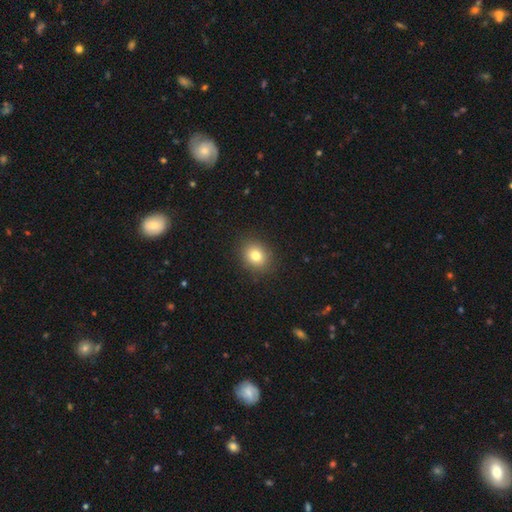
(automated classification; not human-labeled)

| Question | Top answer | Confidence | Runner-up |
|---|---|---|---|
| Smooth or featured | smooth | 81% | star or artifact (11%) |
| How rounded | round | 59% | in between (40%) |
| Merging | none | 89% | minor disturbance (7%) |